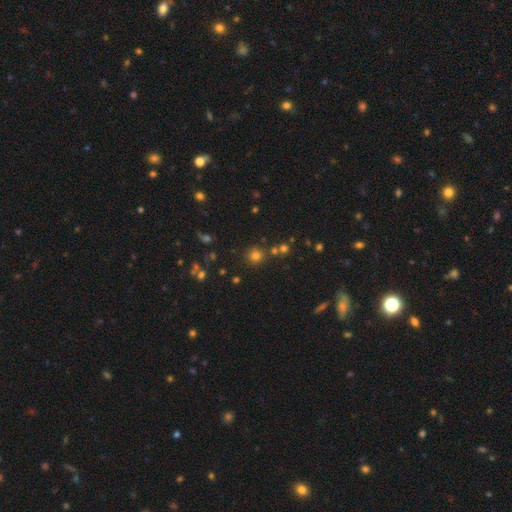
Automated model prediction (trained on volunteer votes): smooth 71%, star or artifact 22%, featured or disk 7%. Down the decision tree: how rounded — round (93%); merging — none (79%).